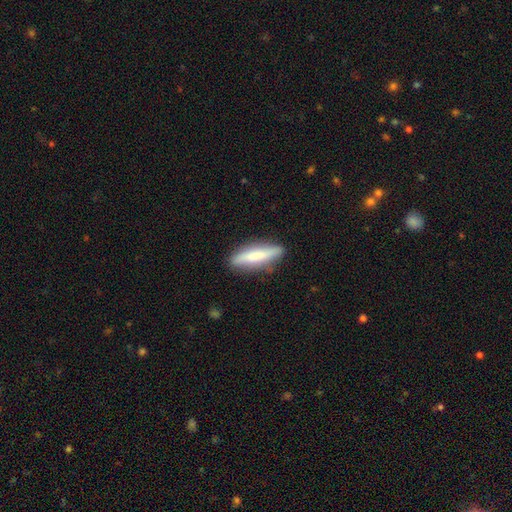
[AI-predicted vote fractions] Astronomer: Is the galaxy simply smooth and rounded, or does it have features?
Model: smooth — 65%.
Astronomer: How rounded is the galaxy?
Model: cigar-shaped — 76%.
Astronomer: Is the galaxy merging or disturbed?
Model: none — 85%.